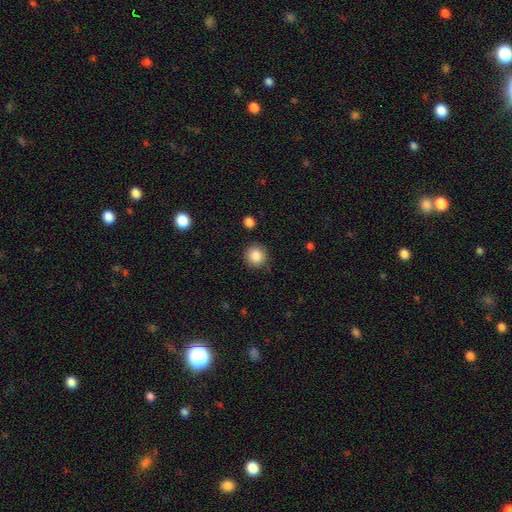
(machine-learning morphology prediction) Smooth or featured?
  - smooth: 86% *
  - star or artifact: 10%
  - featured or disk: 5%
How rounded?
  - round: 94% *
  - in between: 5%
  - cigar-shaped: 1%
Merging?
  - none: 88% *
  - minor disturbance: 8%
  - major disturbance: 2%
  - merger: 2%